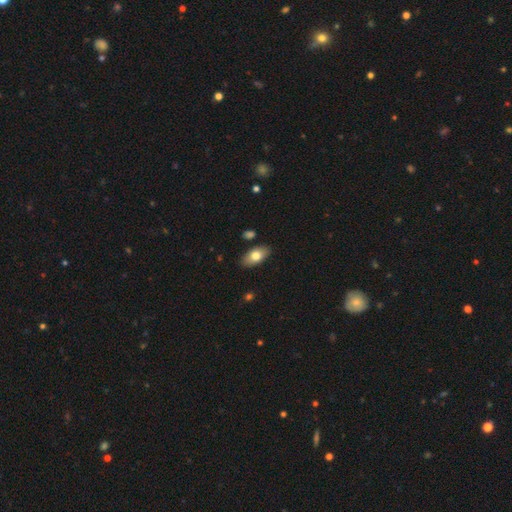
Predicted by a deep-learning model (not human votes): Smooth or featured: smooth — 75% (featured or disk — 18%)
How rounded: in between — 92% (cigar-shaped — 4%)
Merging: none — 86% (minor disturbance — 10%)